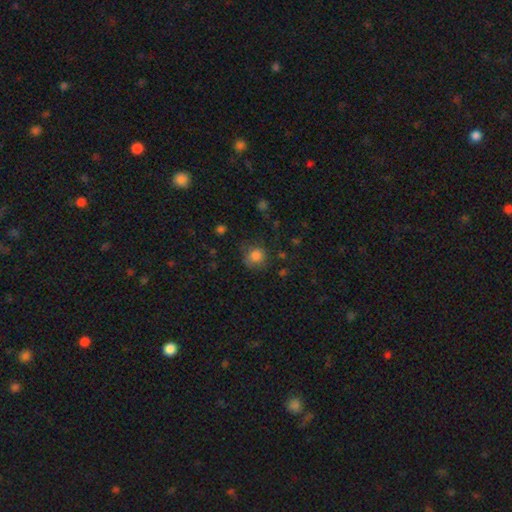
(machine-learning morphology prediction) smooth_or_featured: smooth (p=0.82) [alt: star or artifact p=0.11]
how_rounded: round (p=0.85) [alt: in between p=0.14]
merging: none (p=0.68) [alt: minor disturbance p=0.21]